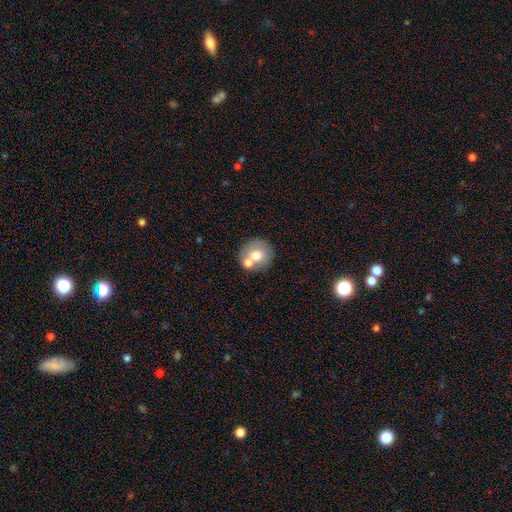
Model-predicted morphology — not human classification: smooth-or-featured: smooth: 66% | featured or disk: 26% | star or artifact: 8%
  how-rounded: round: 83% | in between: 16% | cigar-shaped: 1%
  merging: none: 56% | merger: 29% | minor disturbance: 11% | major disturbance: 4%